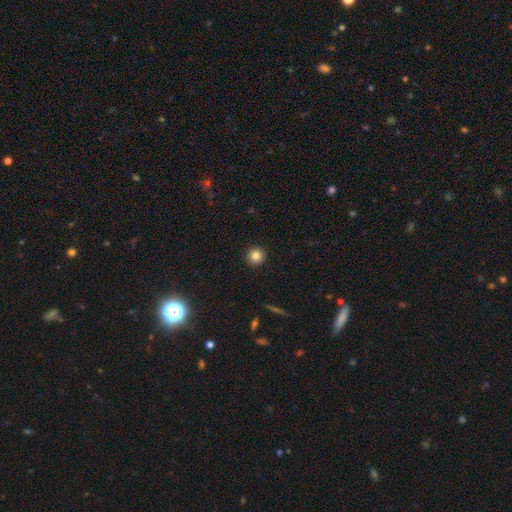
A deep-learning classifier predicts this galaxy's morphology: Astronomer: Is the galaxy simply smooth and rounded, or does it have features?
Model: smooth — 83%.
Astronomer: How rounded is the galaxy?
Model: round — 95%.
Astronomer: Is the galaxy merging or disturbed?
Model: none — 93%.